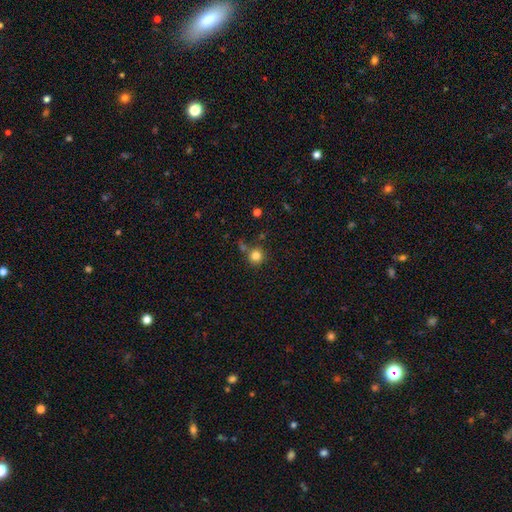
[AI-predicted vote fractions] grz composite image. It shows a smooth galaxy with no disk features (82%) that is round (93%). Merging: none (74%).